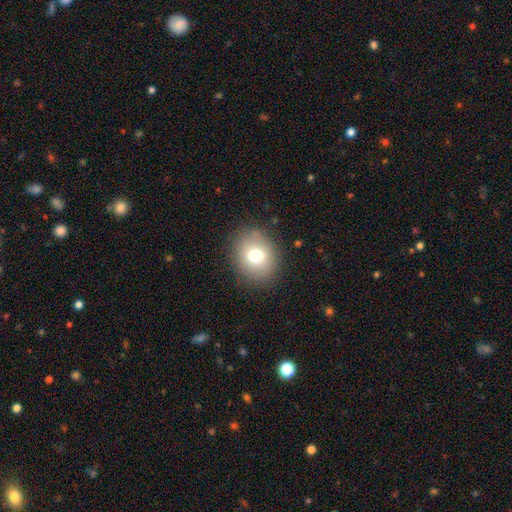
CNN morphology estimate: Smooth or featured? smooth (75%)
How rounded? round (63%)
Merging? none (86%)